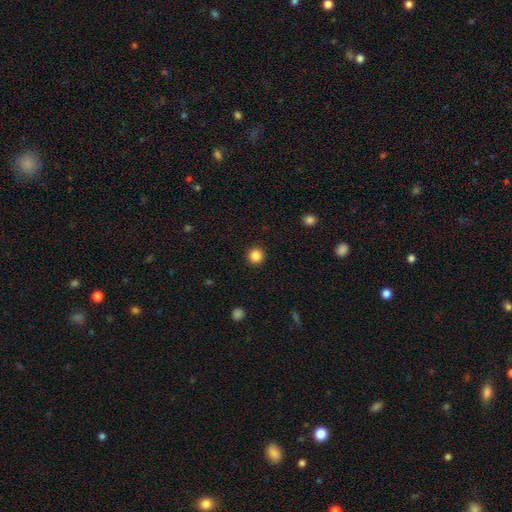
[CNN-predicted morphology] Smooth or featured?
  - smooth: 85% *
  - star or artifact: 11%
  - featured or disk: 4%
How rounded?
  - round: 95% *
  - in between: 4%
  - cigar-shaped: 1%
Merging?
  - none: 93% *
  - minor disturbance: 5%
  - major disturbance: 2%
  - merger: 1%